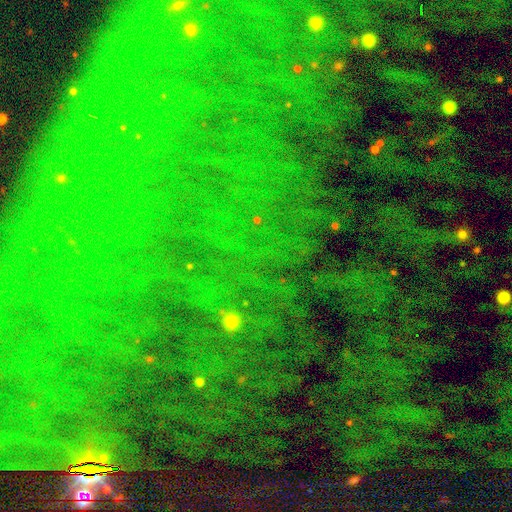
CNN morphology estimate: The model was most divided on "smooth or featured": star or artifact: 84%, smooth: 8%, featured or disk: 7%.